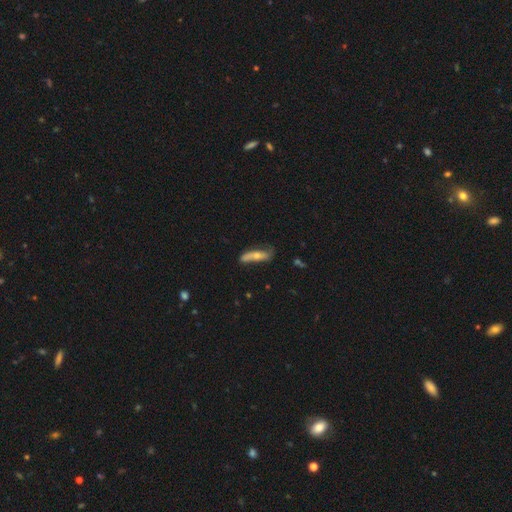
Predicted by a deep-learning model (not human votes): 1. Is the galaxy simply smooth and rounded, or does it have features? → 51% smooth, 42% featured or disk, 7% star or artifact.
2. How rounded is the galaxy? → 67% cigar-shaped, 31% in between, 2% round.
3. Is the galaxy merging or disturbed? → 55% none, 31% minor disturbance, 11% major disturbance, 4% merger.